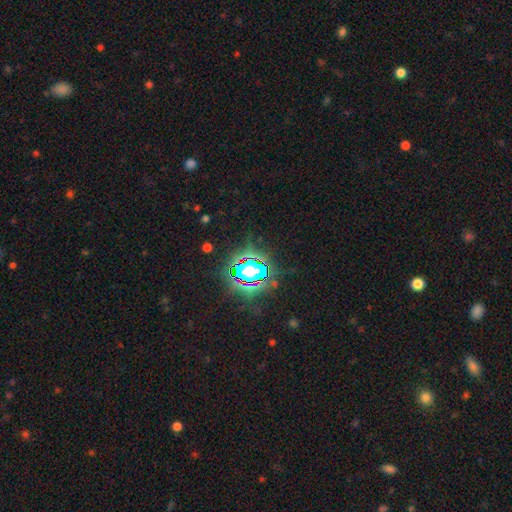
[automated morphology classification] Q: Smooth or featured?
A: star or artifact (84%); runner-up: smooth (10%)